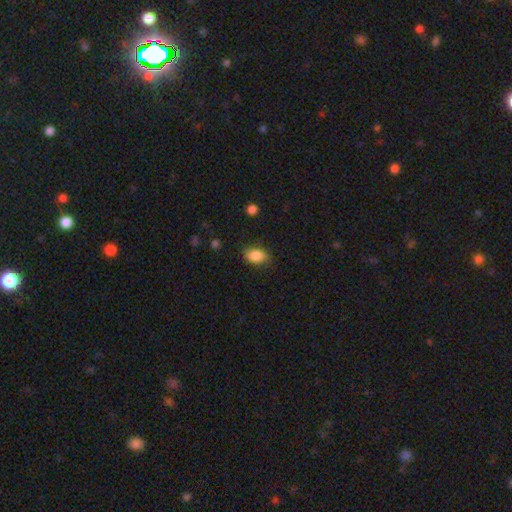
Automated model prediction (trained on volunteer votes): smooth 87%, star or artifact 8%, featured or disk 5%. Down the decision tree: how rounded — in between (86%); merging — none (82%).